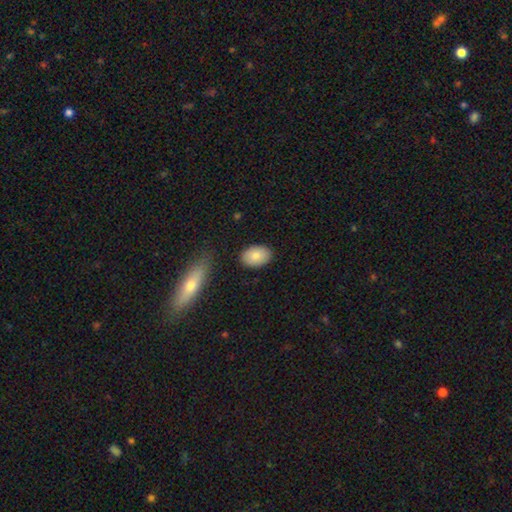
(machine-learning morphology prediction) smooth 85%, featured or disk 8%, star or artifact 7%. Down the decision tree: how rounded — in between (87%); merging — none (85%).